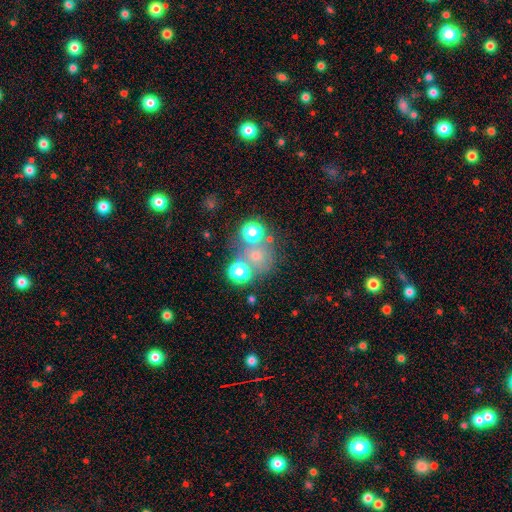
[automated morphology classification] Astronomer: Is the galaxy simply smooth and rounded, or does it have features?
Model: smooth — 55%.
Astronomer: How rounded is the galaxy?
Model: round — 84%.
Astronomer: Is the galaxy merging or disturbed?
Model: none — 55%.